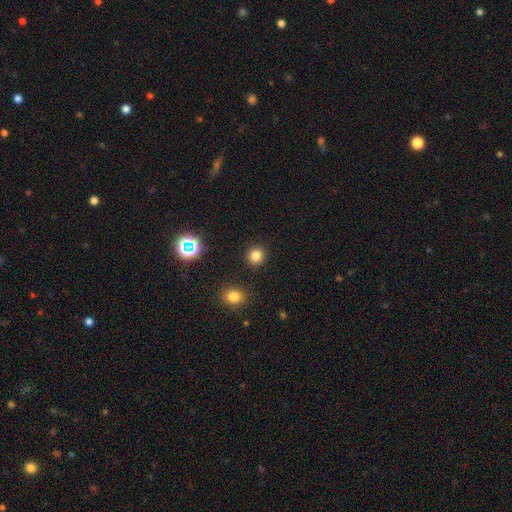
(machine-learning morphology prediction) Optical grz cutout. It shows a smooth galaxy with no disk features (80%) that is round (90%). Merging: none (91%).